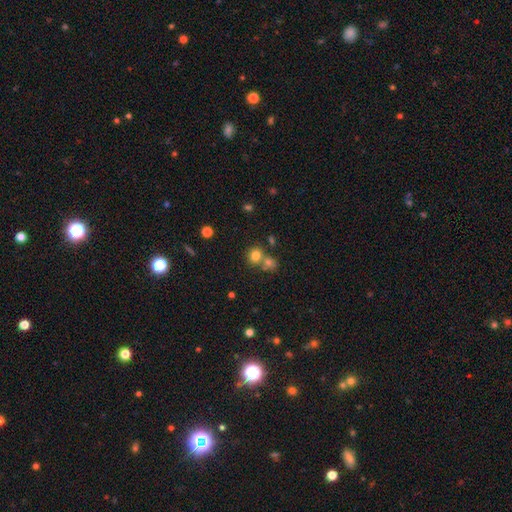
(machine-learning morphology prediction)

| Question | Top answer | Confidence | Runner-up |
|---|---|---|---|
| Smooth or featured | smooth | 77% | star or artifact (15%) |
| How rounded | round | 80% | in between (19%) |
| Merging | none | 55% | merger (34%) |